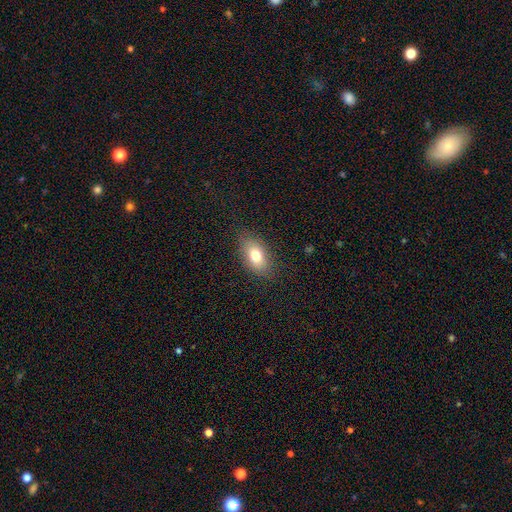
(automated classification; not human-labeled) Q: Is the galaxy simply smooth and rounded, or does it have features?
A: smooth — 75%.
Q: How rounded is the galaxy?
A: in between — 86%.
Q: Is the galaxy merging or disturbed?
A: none — 82%.